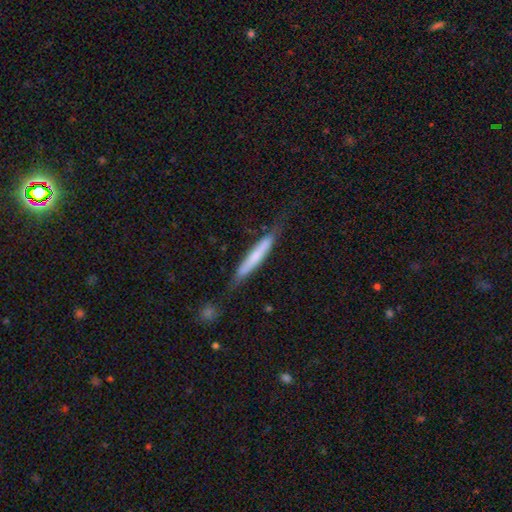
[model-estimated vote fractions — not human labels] smooth 57%, featured or disk 37%, star or artifact 6%. Down the decision tree: how rounded — cigar-shaped (95%); merging — none (72%).